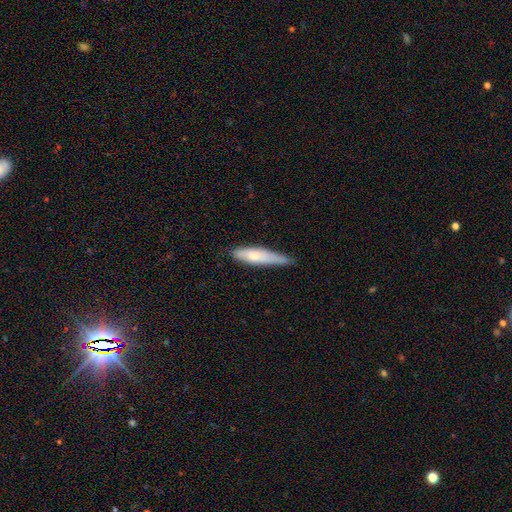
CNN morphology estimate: Smooth or featured? Predicted: smooth (p=0.65). How rounded? Predicted: cigar-shaped (p=0.79). Merging? Predicted: none (p=0.55).